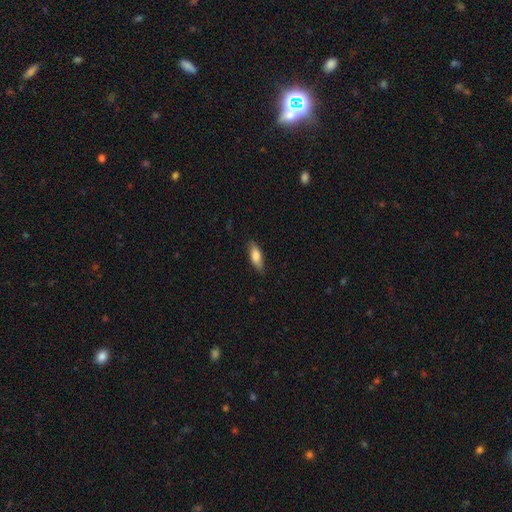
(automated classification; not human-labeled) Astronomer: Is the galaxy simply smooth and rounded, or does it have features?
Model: smooth — 81%.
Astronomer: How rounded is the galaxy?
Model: in between — 68%.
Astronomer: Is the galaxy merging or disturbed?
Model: none — 81%.